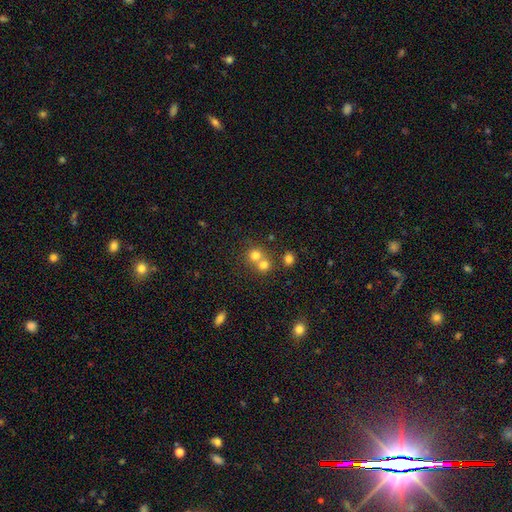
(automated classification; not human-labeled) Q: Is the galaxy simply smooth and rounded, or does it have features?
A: smooth — 74%.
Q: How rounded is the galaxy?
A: round — 86%.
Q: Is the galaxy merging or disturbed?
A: merger — 50%.